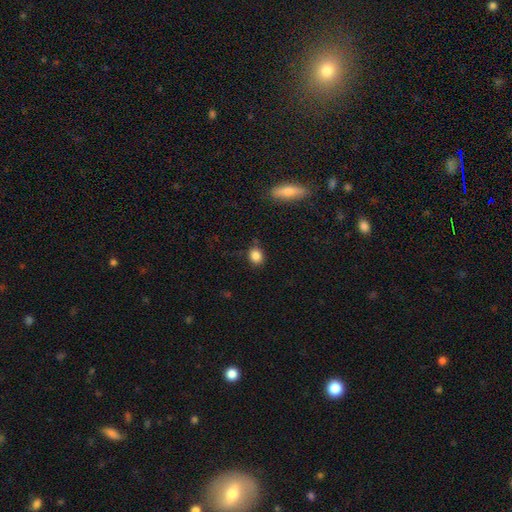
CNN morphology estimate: The model was most divided on "how rounded": round: 66%, in between: 33%, cigar-shaped: 1%. More confident: smooth or featured — smooth (85%); merging — none (80%).